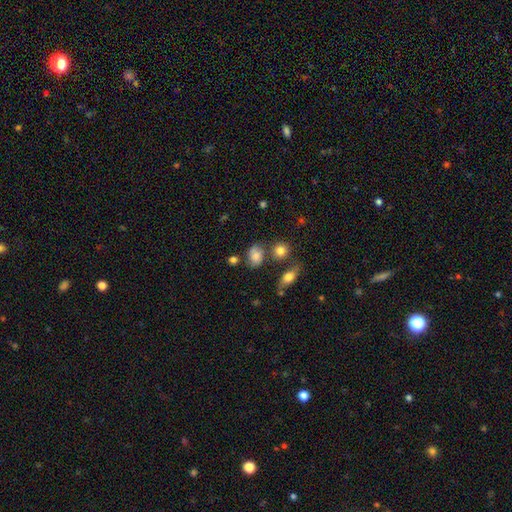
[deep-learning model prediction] Smooth or featured?
  - smooth: 70% *
  - featured or disk: 19%
  - star or artifact: 11%
How rounded?
  - in between: 61% *
  - round: 37%
  - cigar-shaped: 2%
Merging?
  - none: 60% *
  - minor disturbance: 21%
  - merger: 11%
  - major disturbance: 7%